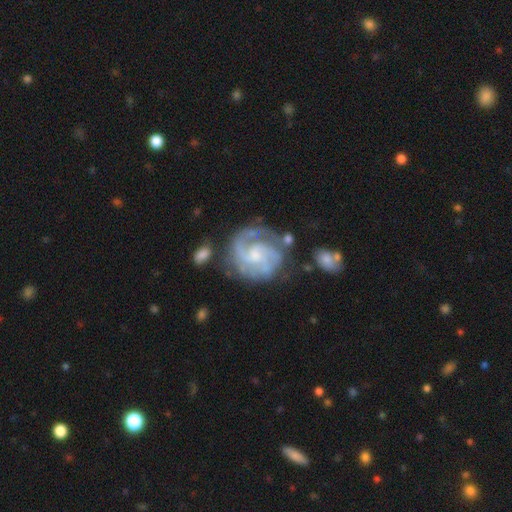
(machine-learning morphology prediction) Overall: featured or disk (88%). Edge-on disk: no (98%). Bar: no (55%; weak 38%). Spiral arms: yes (97%). Spiral arm count: 2 (53%; 3 22%). Spiral winding: tight (46%; medium 43%). Bulge size: small (53%; moderate 32%). Merging: none (66%).